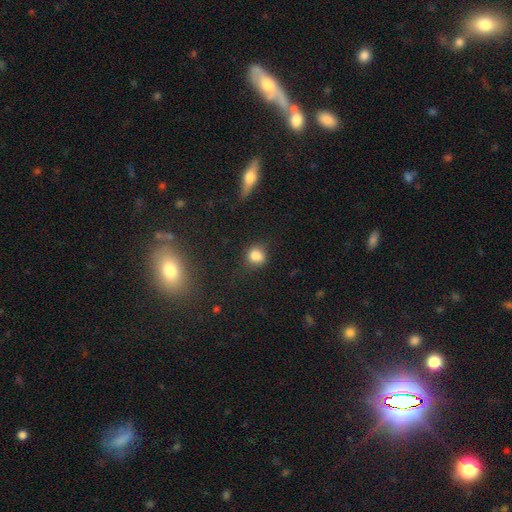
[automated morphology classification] Q: Smooth or featured?
A: smooth (81%); runner-up: star or artifact (12%)
Q: How rounded?
A: round (71%); runner-up: in between (28%)
Q: Merging?
A: none (67%); runner-up: minor disturbance (21%)